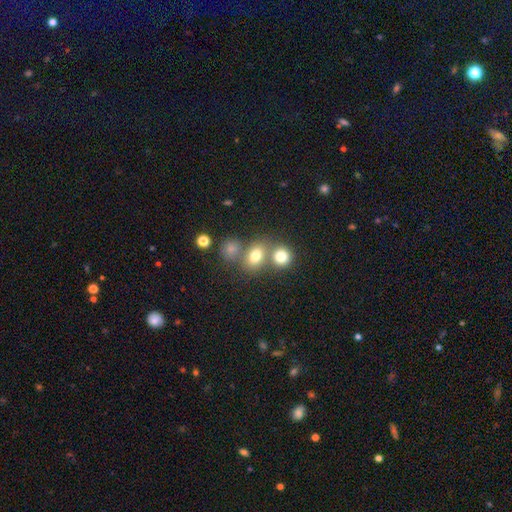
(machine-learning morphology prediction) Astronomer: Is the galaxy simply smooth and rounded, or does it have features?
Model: smooth — 75%.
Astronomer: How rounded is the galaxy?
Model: round — 54% (runner-up: in between, 44%).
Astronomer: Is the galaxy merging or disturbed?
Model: none — 51% (runner-up: merger, 36%).